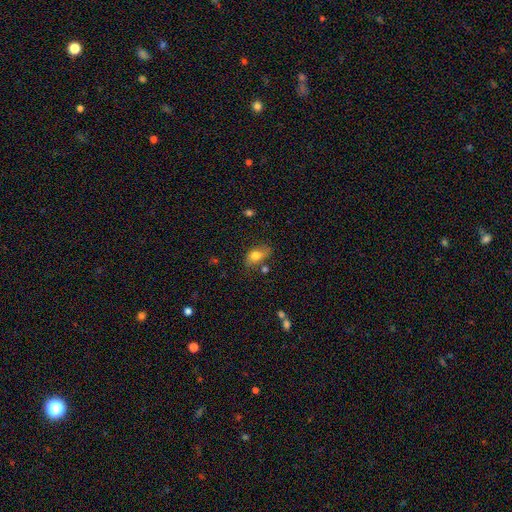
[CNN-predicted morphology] Smooth or featured? smooth (74%)
How rounded? in between (83%)
Merging? none (61%)